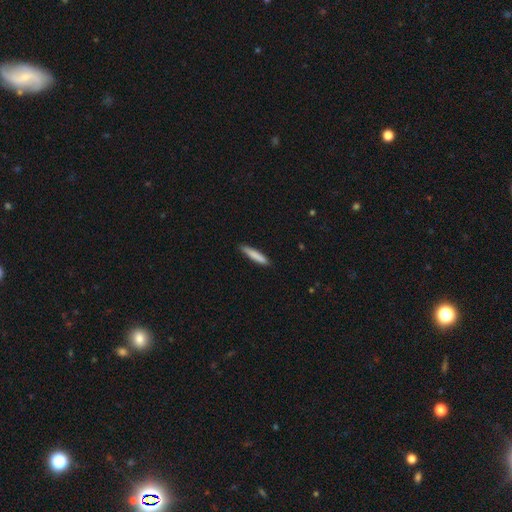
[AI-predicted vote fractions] smooth-or-featured: smooth: 83% | featured or disk: 11% | star or artifact: 6%
  how-rounded: cigar-shaped: 91% | in between: 8% | round: 1%
  merging: none: 88% | minor disturbance: 10% | major disturbance: 2% | merger: 1%